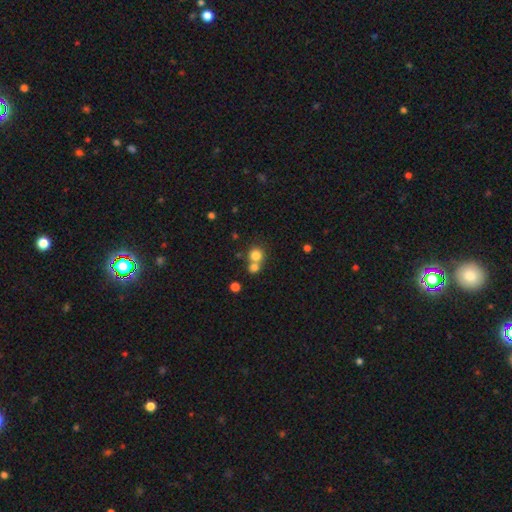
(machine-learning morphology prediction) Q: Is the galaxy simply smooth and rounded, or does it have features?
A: smooth — 79%.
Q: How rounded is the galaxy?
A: round — 87%.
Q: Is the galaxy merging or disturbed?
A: none — 48%.